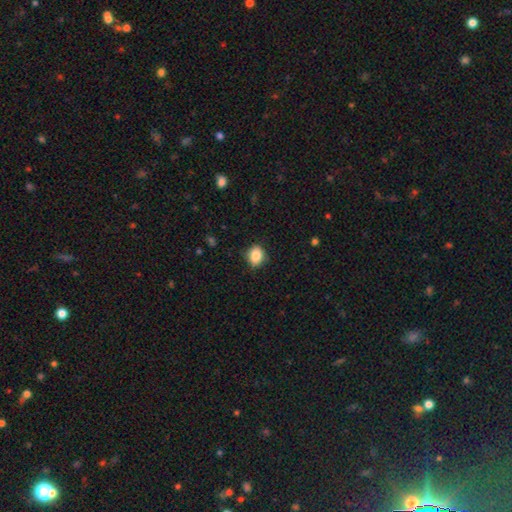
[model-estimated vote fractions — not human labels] Morphology: type=smooth (85%); roundness=round (50%); merging=none (81%).